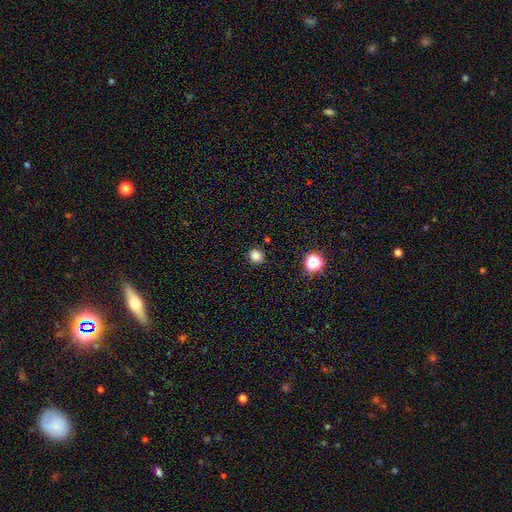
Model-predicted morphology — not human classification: This appears to be a smooth galaxy with no disk features (82%) that is round (83%). Merging: none (89%).